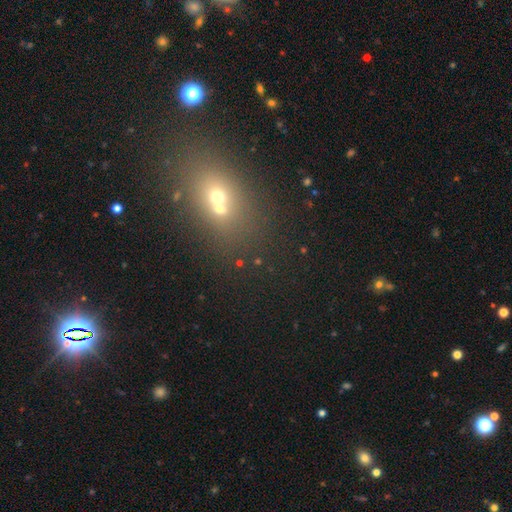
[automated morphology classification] Q: Smooth or featured?
A: smooth (42%); runner-up: star or artifact (41%)
Q: Merging?
A: none (52%); runner-up: merger (34%)